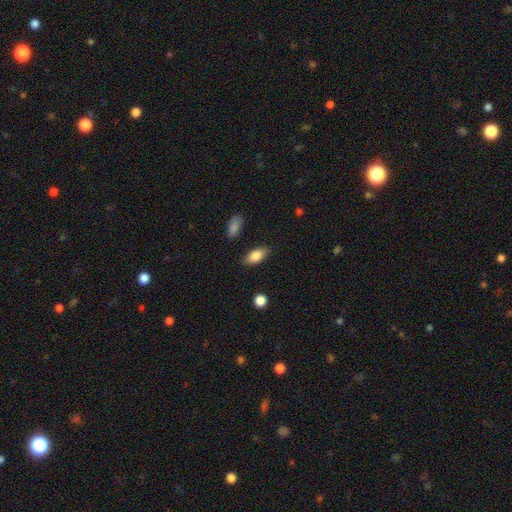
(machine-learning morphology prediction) The model was most divided on "merging": none: 85%, minor disturbance: 10%, major disturbance: 3%, merger: 2%. More confident: how rounded — in between (89%); smooth or featured — smooth (85%).